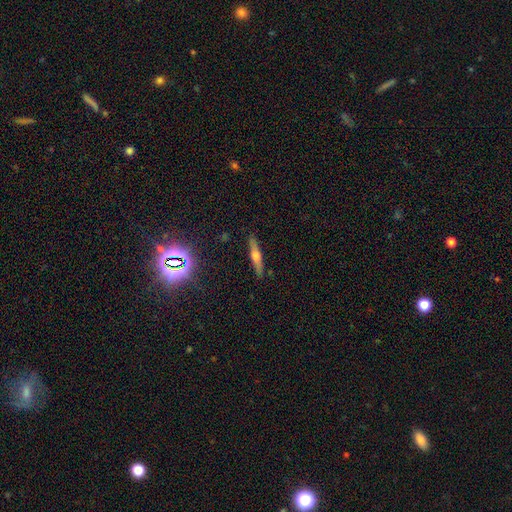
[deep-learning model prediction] This is possibly a featured or disk galaxy (52%). It is clearly viewed edge-on (94%). Merging: clearly none (89%).